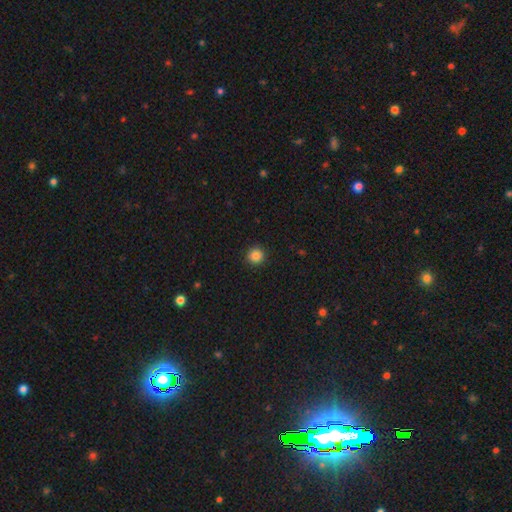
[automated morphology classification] Q: Smooth or featured?
A: smooth (86%); runner-up: star or artifact (10%)
Q: How rounded?
A: round (95%); runner-up: in between (4%)
Q: Merging?
A: none (92%); runner-up: minor disturbance (5%)